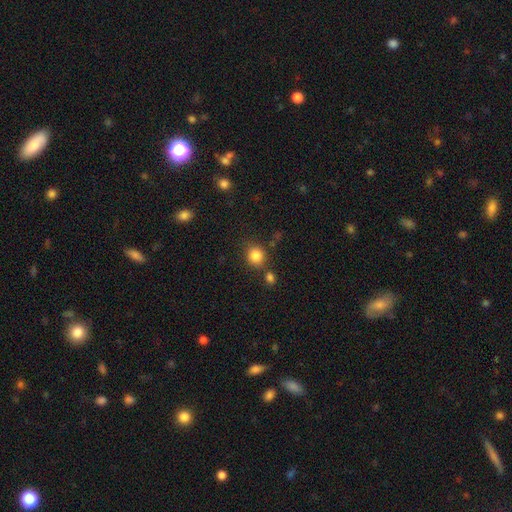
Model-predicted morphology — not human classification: Smooth or featured? Predicted: smooth (p=0.84). How rounded? Predicted: round (p=0.80). Merging? Predicted: none (p=0.76).